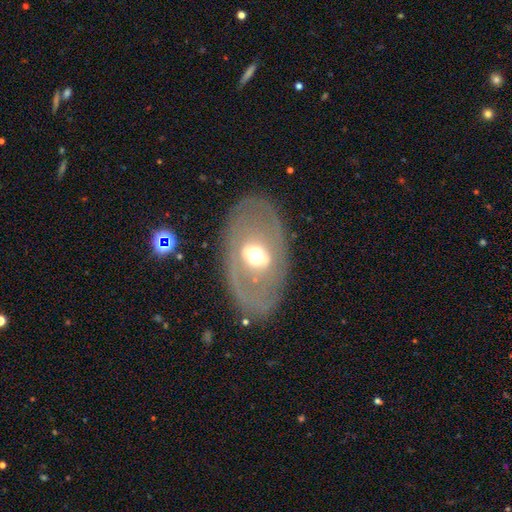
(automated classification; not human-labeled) smooth-or-featured: featured or disk: 67% | smooth: 26% | star or artifact: 7%
  disk-edge-on: no: 86% | yes: 14%
    bar: no: 35% | weak: 34% | strong: 31%
    has-spiral-arms: no: 74% | yes: 26%
    bulge-size: moderate: 62% | large: 23% | small: 10% | dominant: 3% | none: 1%
  merging: none: 78% | minor disturbance: 12% | major disturbance: 8% | merger: 2%